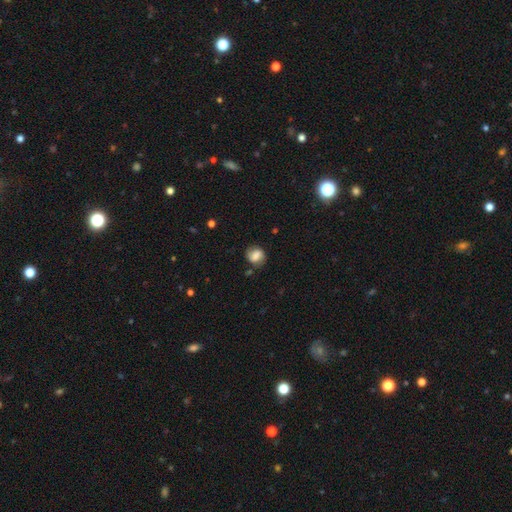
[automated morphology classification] This appears to be a smooth galaxy with no disk features (69%) that is round (63%). Merging: none (69%).